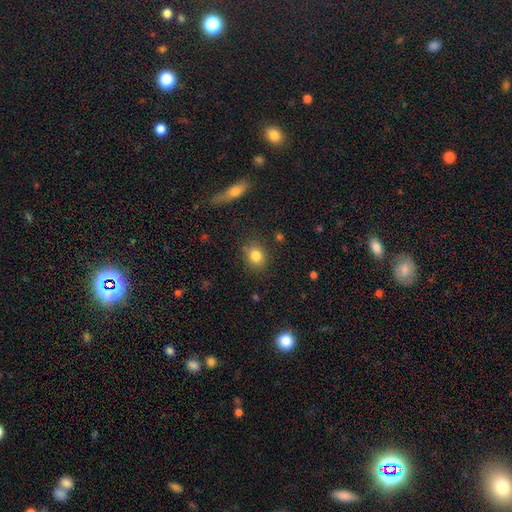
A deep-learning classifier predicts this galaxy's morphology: The model was most divided on "how rounded": round: 64%, in between: 34%, cigar-shaped: 1%. More confident: merging — none (82%); smooth or featured — smooth (82%).